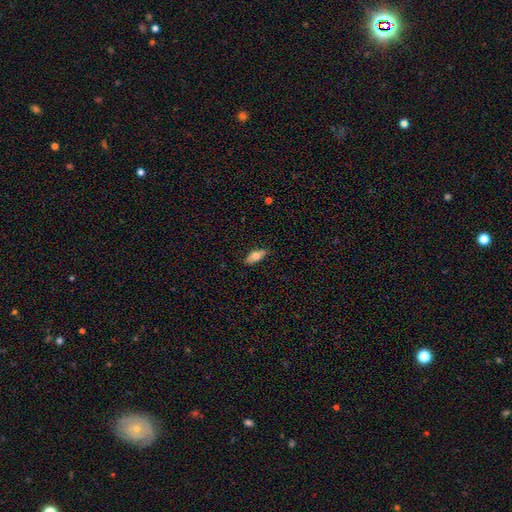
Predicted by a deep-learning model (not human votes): Smooth or featured? Predicted: smooth (p=0.69). How rounded? Predicted: in between (p=0.81). Merging? Predicted: none (p=0.80).